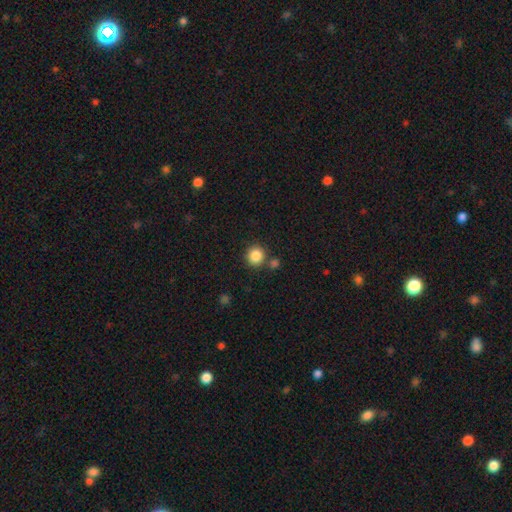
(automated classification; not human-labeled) The model was most divided on "merging": none: 79%, merger: 10%, minor disturbance: 8%, major disturbance: 3%. More confident: how rounded — round (92%); smooth or featured — smooth (86%).